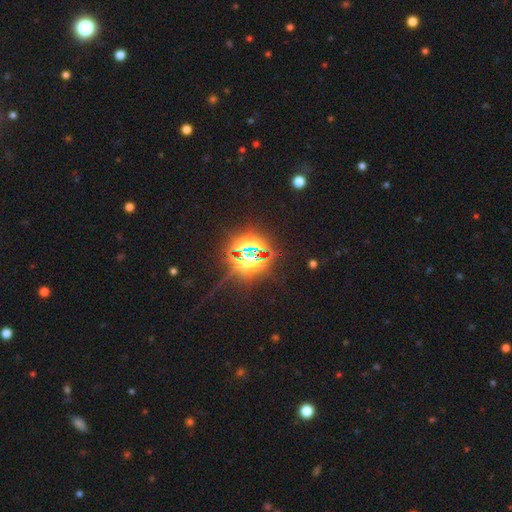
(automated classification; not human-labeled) smooth-or-featured: star or artifact: 84% | smooth: 8% | featured or disk: 8%